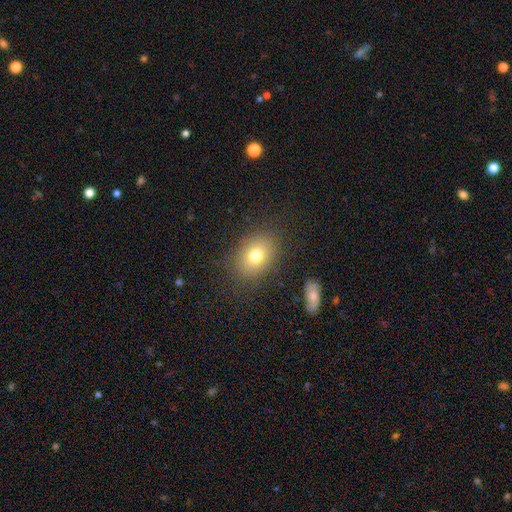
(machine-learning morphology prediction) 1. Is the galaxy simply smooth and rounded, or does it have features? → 76% smooth, 13% featured or disk, 11% star or artifact.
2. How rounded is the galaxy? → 62% in between, 36% round, 1% cigar-shaped.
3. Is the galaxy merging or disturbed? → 82% none, 11% minor disturbance, 5% major disturbance, 2% merger.